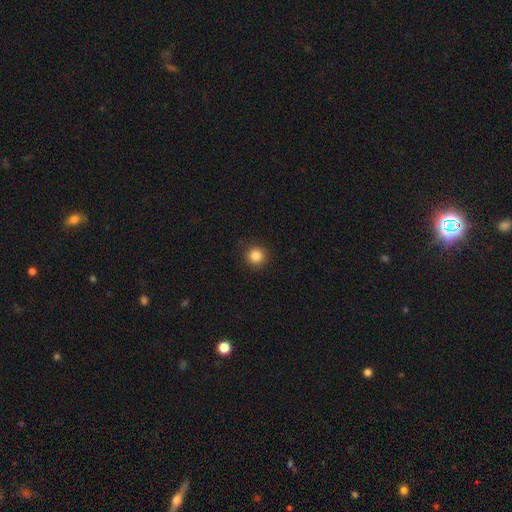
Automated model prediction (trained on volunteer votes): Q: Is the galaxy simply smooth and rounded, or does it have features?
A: smooth — 85%.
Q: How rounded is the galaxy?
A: round — 94%.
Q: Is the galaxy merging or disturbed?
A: none — 90%.